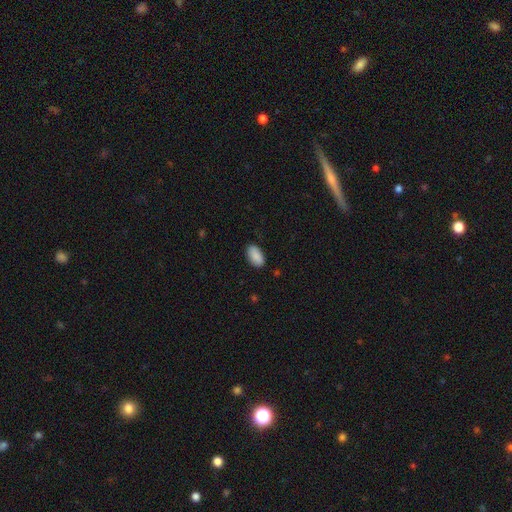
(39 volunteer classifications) A smooth galaxy with no disk features (92%) that is in between round and cigar-shaped (92%).

Vote fractions:
- Smooth or featured? smooth: 92% / featured or disk: 5% / star or artifact: 3%
- How rounded? in between: 92% / cigar-shaped: 6% / round: 3%
- Merging? none: 89% / minor disturbance: 5% / major disturbance: 5% / merger: 0%